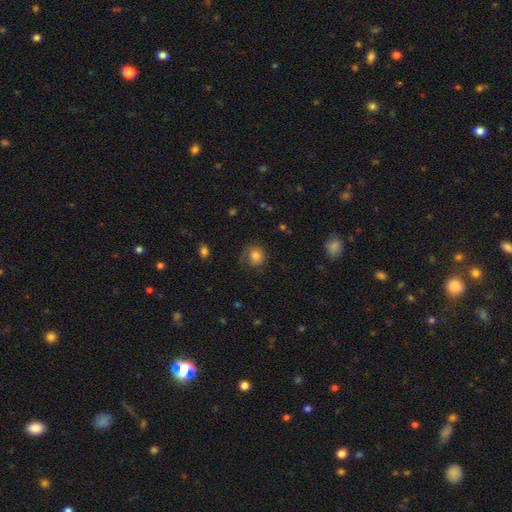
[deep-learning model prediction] Smooth or featured?
  - smooth: 79% *
  - featured or disk: 11%
  - star or artifact: 10%
How rounded?
  - round: 84% *
  - in between: 15%
  - cigar-shaped: 1%
Merging?
  - none: 67% *
  - minor disturbance: 21%
  - major disturbance: 11%
  - merger: 1%